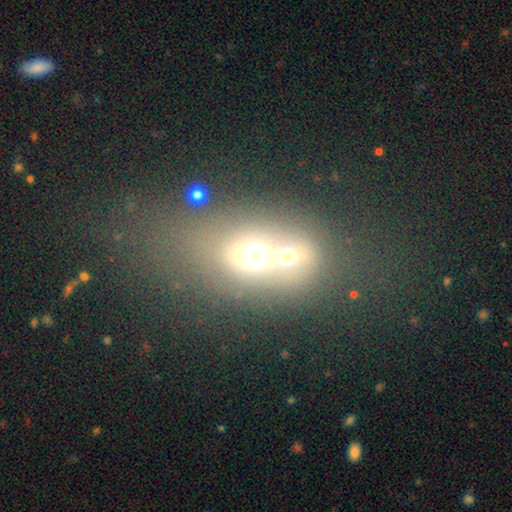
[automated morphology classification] smooth-or-featured: smooth: 55% | featured or disk: 29% | star or artifact: 16%
  how-rounded: in between: 66% | round: 31% | cigar-shaped: 4%
  merging: merger: 67% | none: 19% | minor disturbance: 7% | major disturbance: 7%